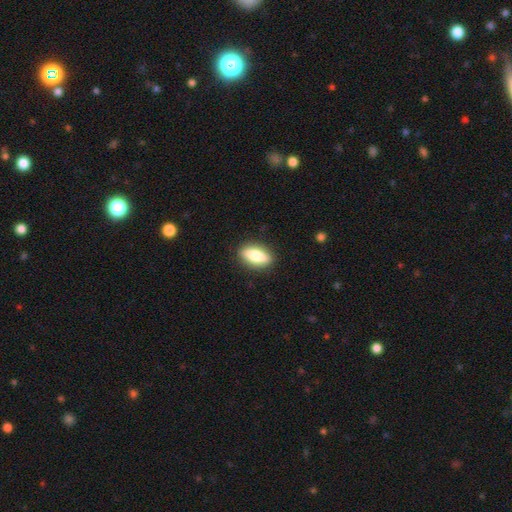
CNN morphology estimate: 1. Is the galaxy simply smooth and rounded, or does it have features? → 73% smooth, 20% featured or disk, 7% star or artifact.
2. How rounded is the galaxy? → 77% in between, 19% cigar-shaped, 4% round.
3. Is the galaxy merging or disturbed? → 88% none, 9% minor disturbance, 2% major disturbance, 1% merger.